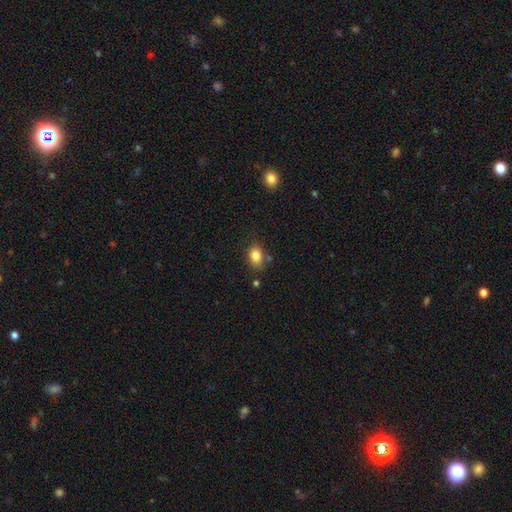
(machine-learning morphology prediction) smooth-or-featured: smooth: 84% | star or artifact: 9% | featured or disk: 7%
  how-rounded: in between: 75% | round: 23% | cigar-shaped: 1%
  merging: none: 72% | minor disturbance: 17% | merger: 6% | major disturbance: 4%